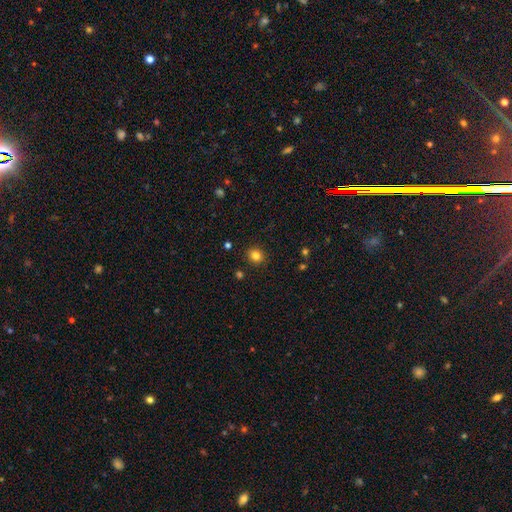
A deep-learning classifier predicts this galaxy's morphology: Smooth or featured? smooth (82%)
How rounded? round (84%)
Merging? none (90%)